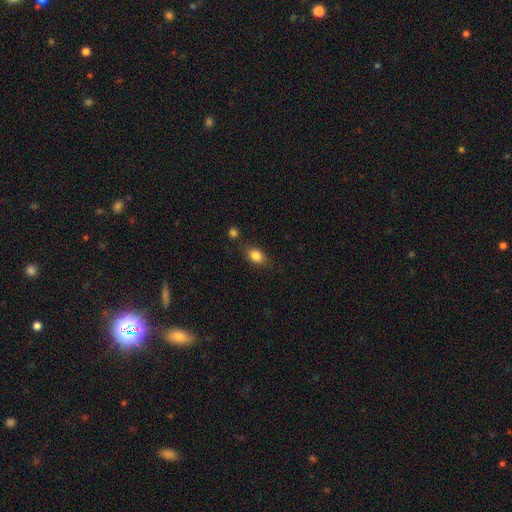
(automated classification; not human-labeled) Morphology: type=smooth (84%); roundness=in between (74%); merging=none (76%).